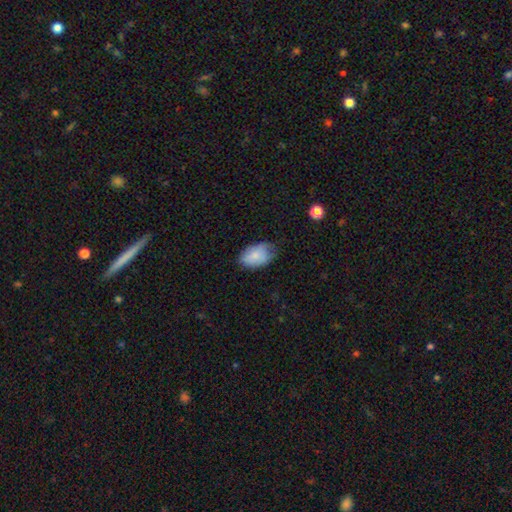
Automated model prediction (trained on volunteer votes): Smooth or featured? Predicted: smooth (p=0.78). How rounded? Predicted: in between (p=0.89). Merging? Predicted: none (p=0.53).